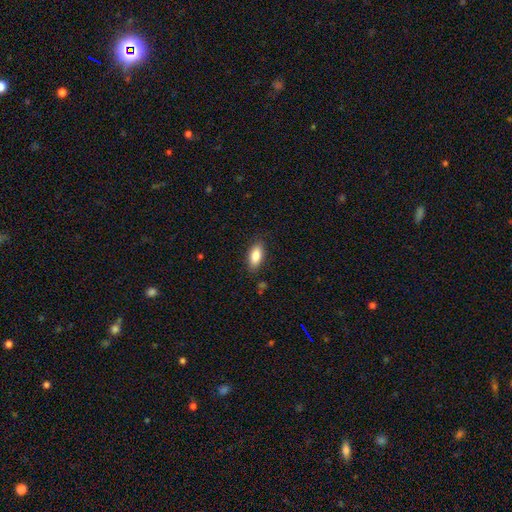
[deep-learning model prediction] Q: Smooth or featured?
A: smooth (85%); runner-up: featured or disk (8%)
Q: How rounded?
A: in between (87%); runner-up: cigar-shaped (10%)
Q: Merging?
A: none (85%); runner-up: minor disturbance (11%)